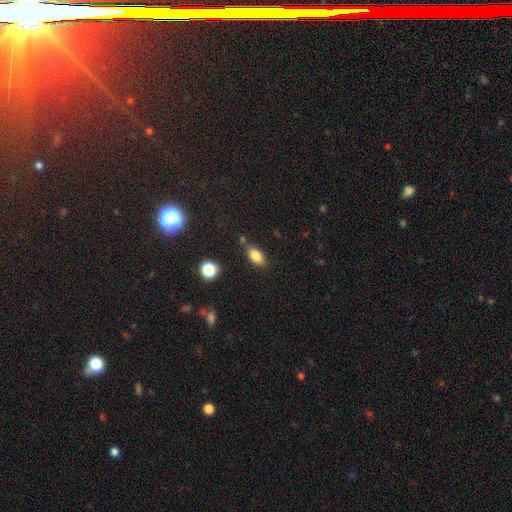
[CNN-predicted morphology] The model was most divided on "merging": none: 75%, minor disturbance: 15%, merger: 7%, major disturbance: 4%. More confident: how rounded — in between (88%); smooth or featured — smooth (83%).